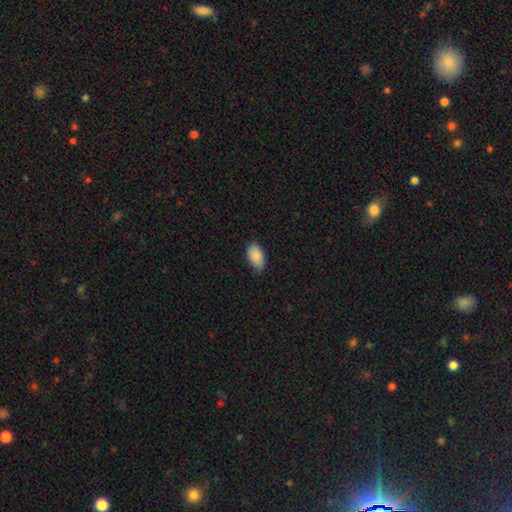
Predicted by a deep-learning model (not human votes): A smooth galaxy with no disk features (89%) that is in between round and cigar-shaped (94%). Merging: none (69%).